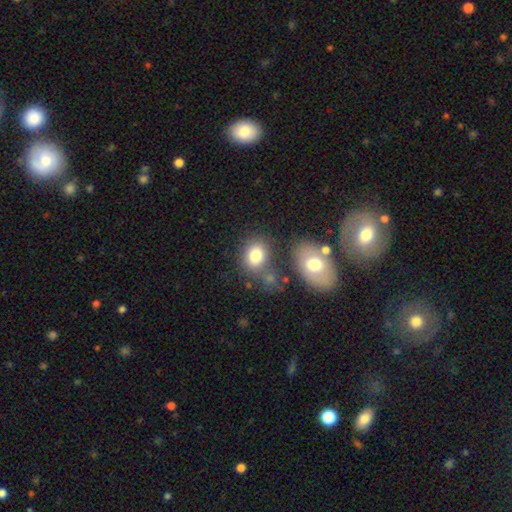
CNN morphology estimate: smooth 79%, featured or disk 11%, star or artifact 10%. Down the decision tree: how rounded — in between (56%); merging — none (59%).